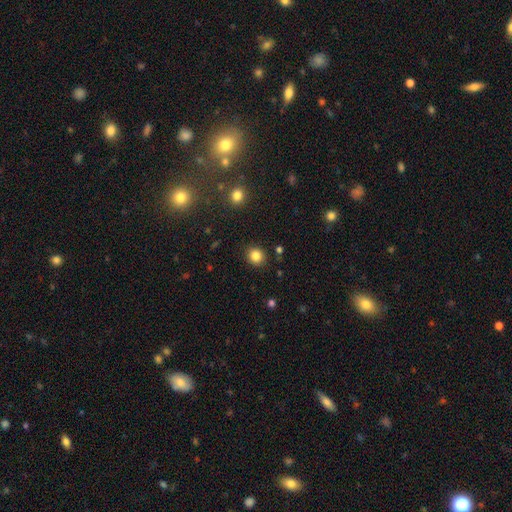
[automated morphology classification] Smooth or featured: smooth — 84% (star or artifact — 11%)
How rounded: round — 86% (in between — 13%)
Merging: none — 90% (minor disturbance — 6%)